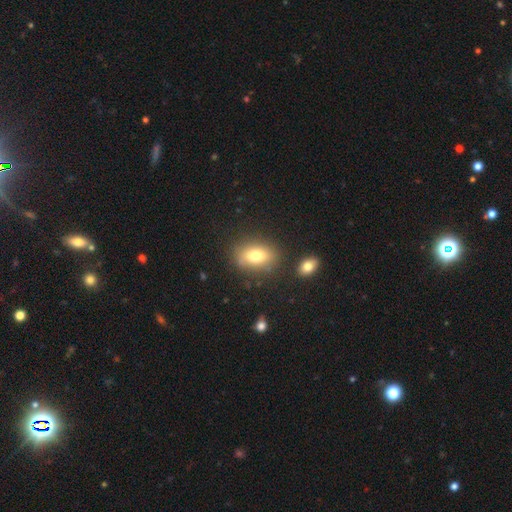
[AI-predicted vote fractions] smooth 77%, featured or disk 13%, star or artifact 10%. Down the decision tree: how rounded — in between (81%); merging — none (79%).